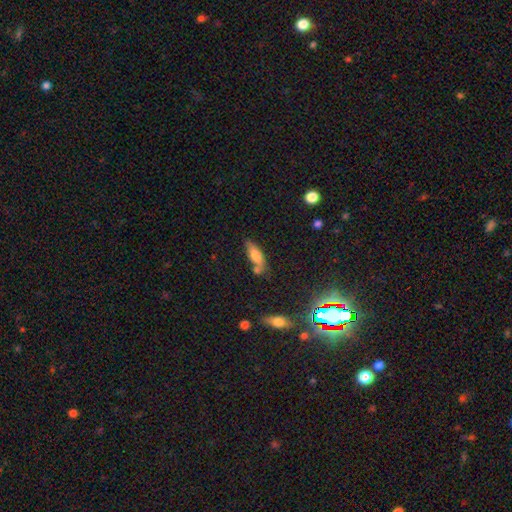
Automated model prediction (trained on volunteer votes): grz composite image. It shows a smooth galaxy with no disk features (69%) that is in between round and cigar-shaped (60%). Merging: none (53%).